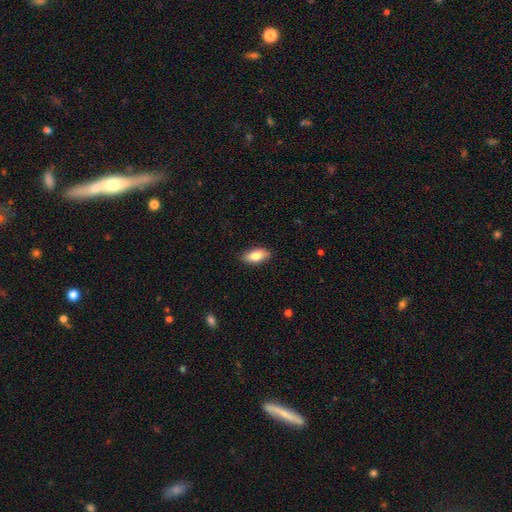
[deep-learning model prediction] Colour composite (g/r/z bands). It shows a smooth galaxy with no disk features (81%) that is in between round and cigar-shaped (88%). Merging: none (87%).